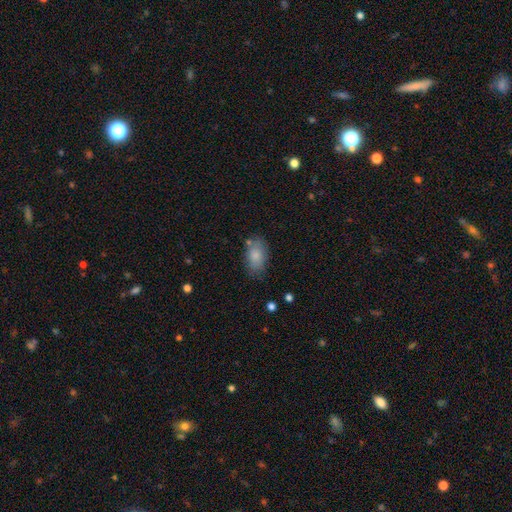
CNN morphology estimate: This appears to be a smooth galaxy with no disk features (83%) that is in between round and cigar-shaped (91%). Merging: none (69%).